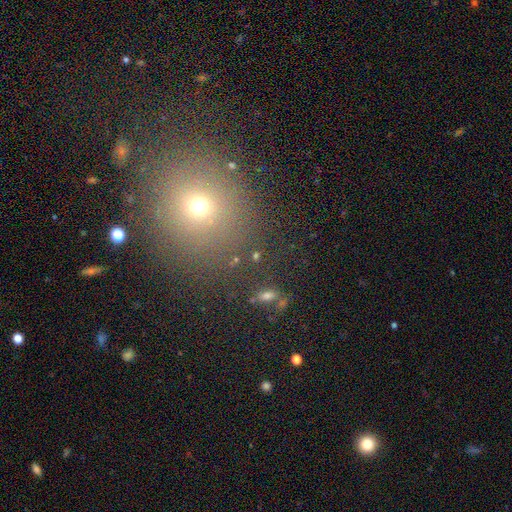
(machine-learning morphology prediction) The model was most divided on "smooth or featured": smooth: 55%, star or artifact: 32%, featured or disk: 13%. More confident: merging — none (79%); how rounded — round (62%).